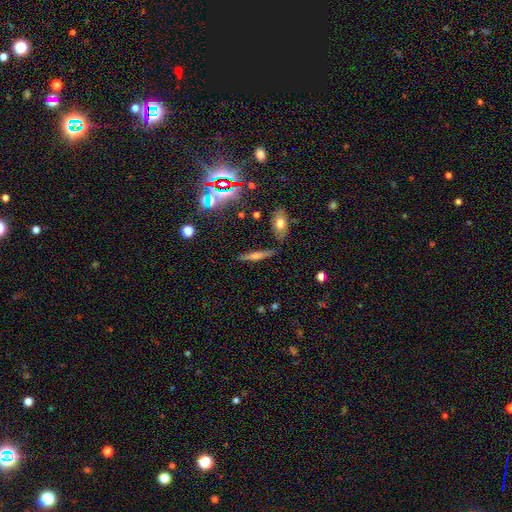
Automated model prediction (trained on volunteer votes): Overall: smooth (43%; featured or disk 41%). Merging: none (79%).